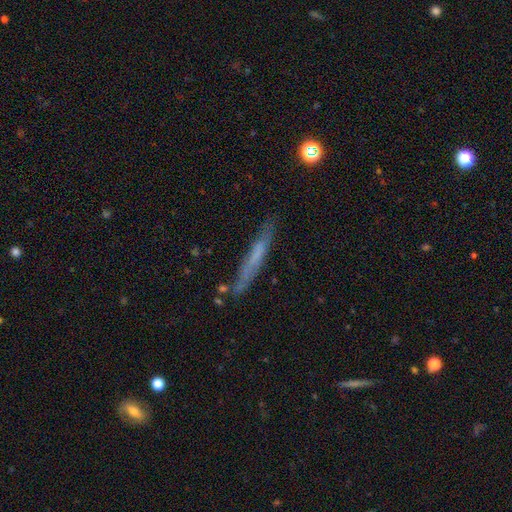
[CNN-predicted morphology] Smooth or featured? smooth (49%)
Merging? none (76%)